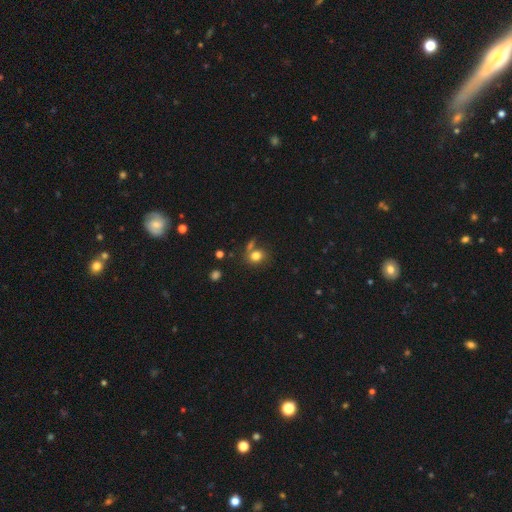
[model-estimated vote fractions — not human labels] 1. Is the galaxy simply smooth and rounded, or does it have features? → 79% smooth, 12% star or artifact, 9% featured or disk.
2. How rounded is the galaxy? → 65% round, 34% in between, 1% cigar-shaped.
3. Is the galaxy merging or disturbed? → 59% none, 21% merger, 13% minor disturbance, 7% major disturbance.